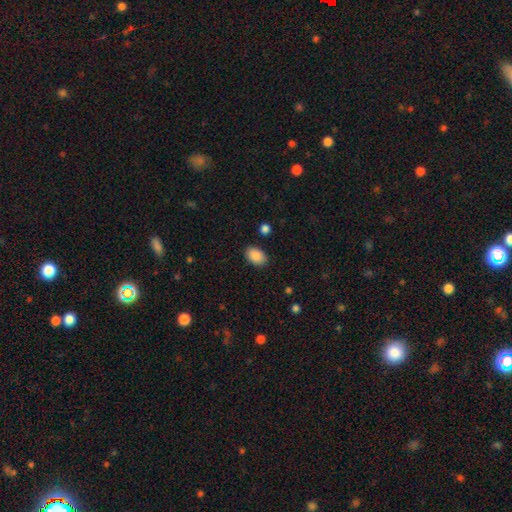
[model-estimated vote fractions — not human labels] A smooth galaxy with no disk features (89%) that is in between round and cigar-shaped (87%). Merging: none (87%).